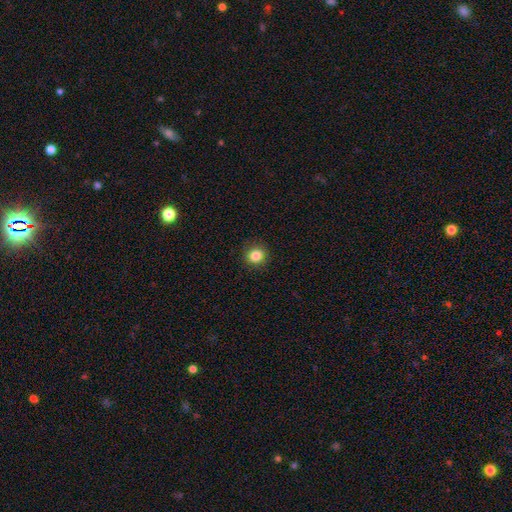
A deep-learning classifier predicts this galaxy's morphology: Smooth or featured?
  - smooth: 84% *
  - star or artifact: 11%
  - featured or disk: 5%
How rounded?
  - round: 84% *
  - in between: 15%
  - cigar-shaped: 1%
Merging?
  - none: 90% *
  - minor disturbance: 7%
  - major disturbance: 2%
  - merger: 1%